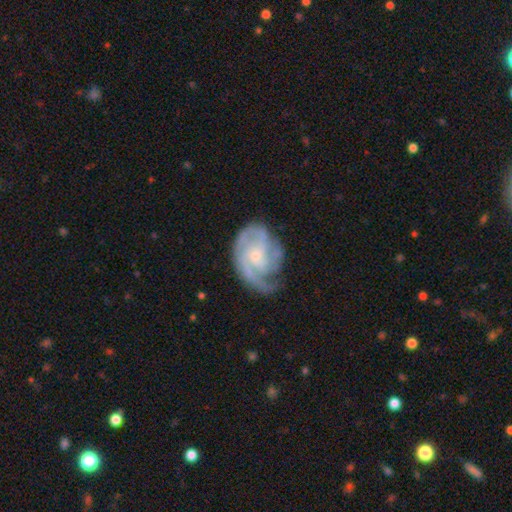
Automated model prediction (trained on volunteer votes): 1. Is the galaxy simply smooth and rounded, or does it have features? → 86% featured or disk, 9% smooth, 5% star or artifact.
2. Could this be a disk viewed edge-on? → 98% no, 2% yes.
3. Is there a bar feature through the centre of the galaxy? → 67% no, 29% weak, 5% strong.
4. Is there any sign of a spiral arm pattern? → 96% yes, 4% no.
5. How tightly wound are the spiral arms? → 54% tight, 36% medium, 10% loose.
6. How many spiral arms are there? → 36% 3, 21% 2, 21% can't tell, 10% 4, 7% 1, 5% more than 4.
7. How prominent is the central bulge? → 66% small, 28% moderate, 4% none, 2% large, 1% dominant.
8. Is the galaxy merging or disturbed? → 59% none, 25% minor disturbance, 14% major disturbance, 2% merger.